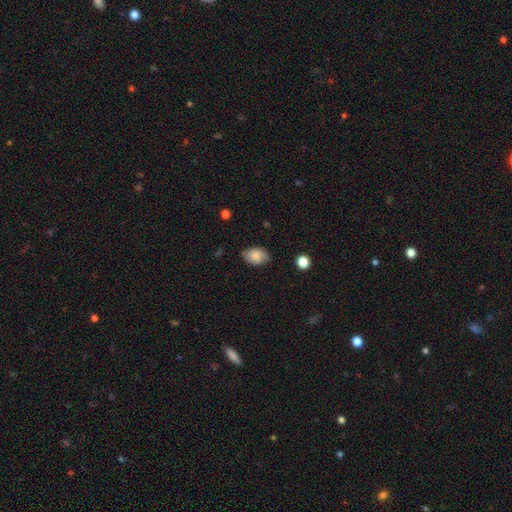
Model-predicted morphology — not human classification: A smooth galaxy with no disk features (79%) that is in between round and cigar-shaped (83%).

Vote fractions:
- Smooth or featured? smooth: 79% / featured or disk: 14% / star or artifact: 8%
- How rounded? in between: 83% / round: 16% / cigar-shaped: 1%
- Merging? none: 75% / minor disturbance: 20% / major disturbance: 4% / merger: 1%